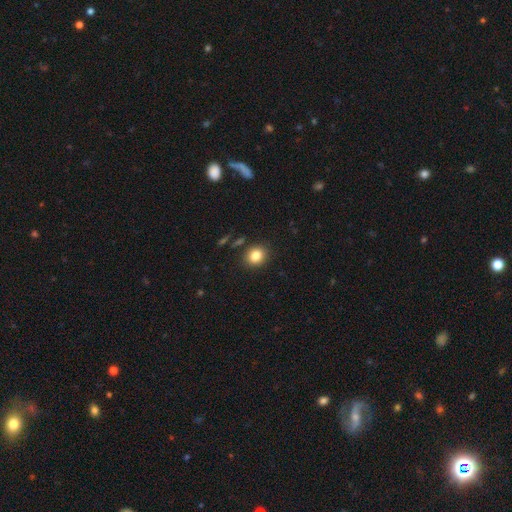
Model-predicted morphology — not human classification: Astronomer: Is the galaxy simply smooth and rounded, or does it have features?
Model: smooth — 83%.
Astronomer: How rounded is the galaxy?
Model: round — 71%.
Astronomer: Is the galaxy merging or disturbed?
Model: none — 87%.